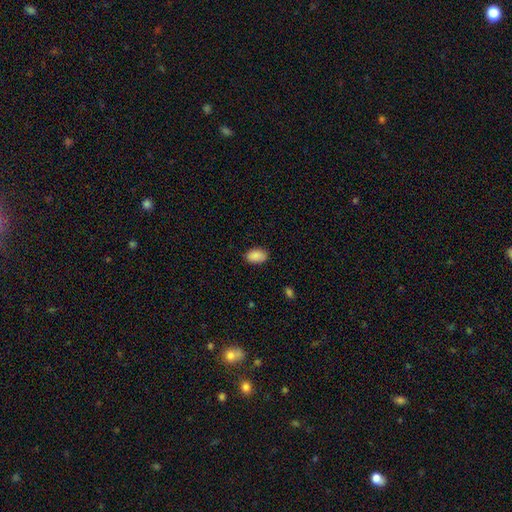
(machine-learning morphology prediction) This is clearly a smooth galaxy (89%). How rounded: clearly in between (91%). Merging: clearly none (86%).